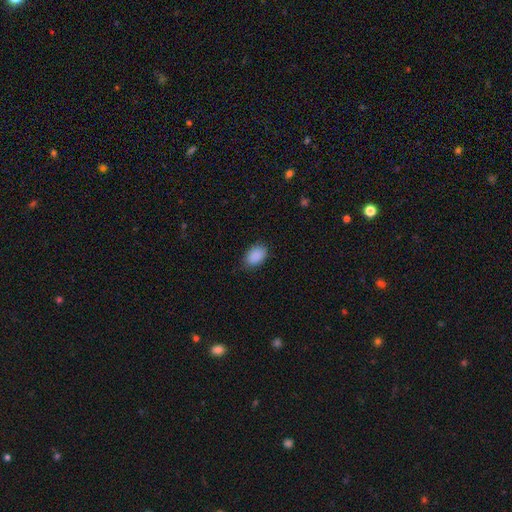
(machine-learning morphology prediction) Smooth or featured: smooth — 90% (star or artifact — 7%)
How rounded: in between — 87% (round — 12%)
Merging: none — 81% (minor disturbance — 15%)